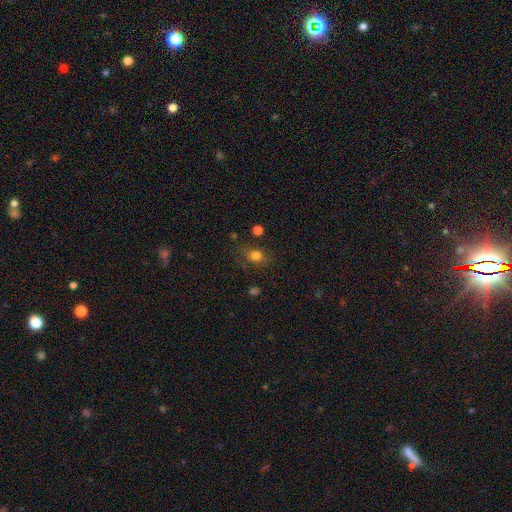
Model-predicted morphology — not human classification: This appears to be a smooth galaxy with no disk features (76%) that is round (52%). Merging: none (69%).